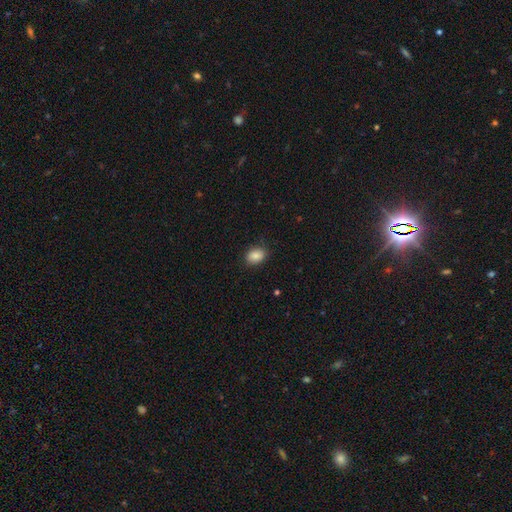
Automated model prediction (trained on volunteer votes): This is clearly a smooth galaxy (86%). How rounded: likely in between (75%). Merging: clearly none (84%).